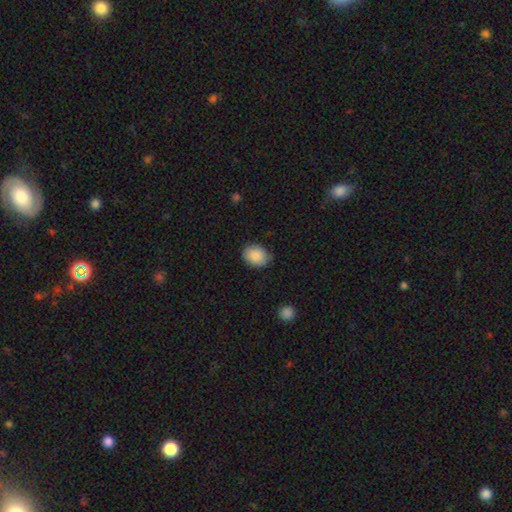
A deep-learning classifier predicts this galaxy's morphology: smooth_or_featured: smooth (p=0.89) [alt: star or artifact p=0.07]
how_rounded: in between (p=0.55) [alt: round p=0.44]
merging: none (p=0.78) [alt: minor disturbance p=0.18]